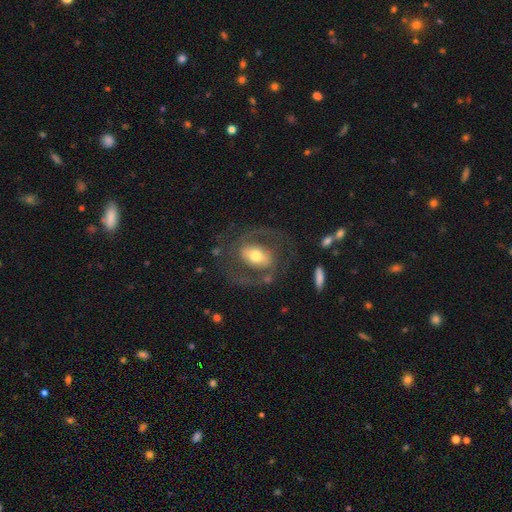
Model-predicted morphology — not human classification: smooth_or_featured: featured or disk (p=0.75) [alt: smooth p=0.20]
disk_edge_on: no (p=0.95) [alt: yes p=0.05]
bar: strong (p=0.37) [alt: weak p=0.36]
has_spiral_arms: yes (p=0.77) [alt: no p=0.23]
spiral_winding: medium (p=0.53) [alt: tight p=0.26]
spiral_arm_count: 2 (p=0.85) [alt: can't tell p=0.07]
bulge_size: moderate (p=0.65) [alt: small p=0.16]
merging: none (p=0.67) [alt: major disturbance p=0.16]